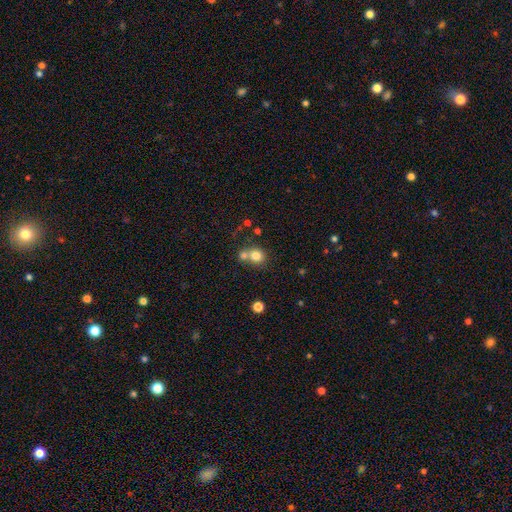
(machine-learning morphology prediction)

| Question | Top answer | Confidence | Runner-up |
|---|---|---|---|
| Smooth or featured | smooth | 79% | star or artifact (12%) |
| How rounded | round | 80% | in between (19%) |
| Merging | none | 47% | merger (42%) |